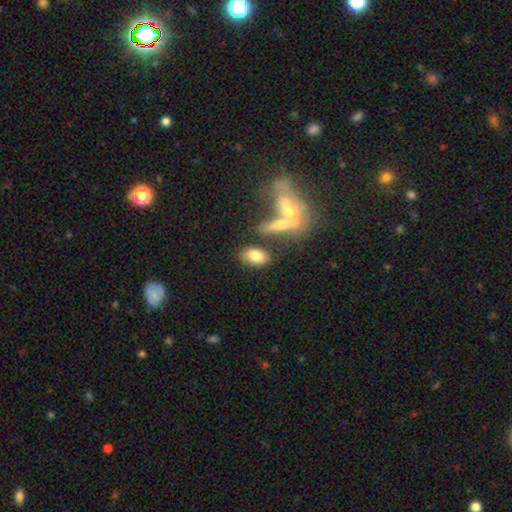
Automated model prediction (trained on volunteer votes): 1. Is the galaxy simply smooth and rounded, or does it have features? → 76% smooth, 17% featured or disk, 8% star or artifact.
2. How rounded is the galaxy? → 89% in between, 7% round, 5% cigar-shaped.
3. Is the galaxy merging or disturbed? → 66% none, 17% merger, 12% minor disturbance, 5% major disturbance.